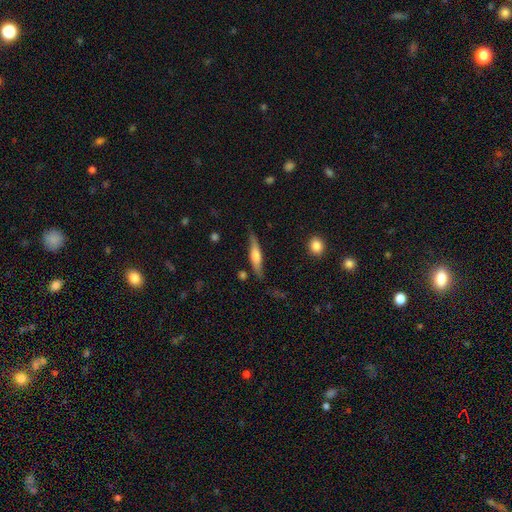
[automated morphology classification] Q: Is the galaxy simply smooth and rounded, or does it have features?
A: featured or disk — 52%.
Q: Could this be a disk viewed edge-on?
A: yes — 92%.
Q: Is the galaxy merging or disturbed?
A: none — 78%.